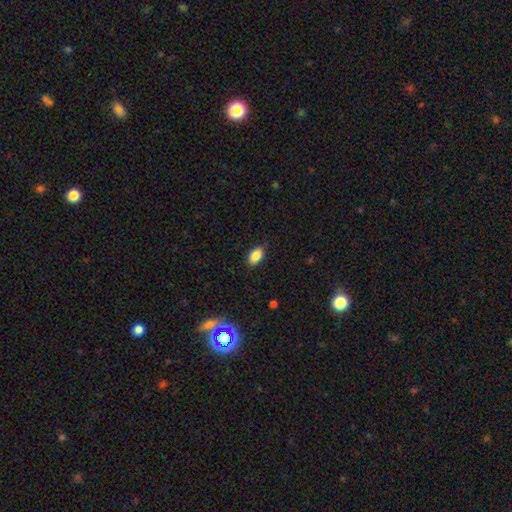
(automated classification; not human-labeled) This appears to be a smooth galaxy with no disk features (86%) that is in between round and cigar-shaped (92%). Merging: none (88%).